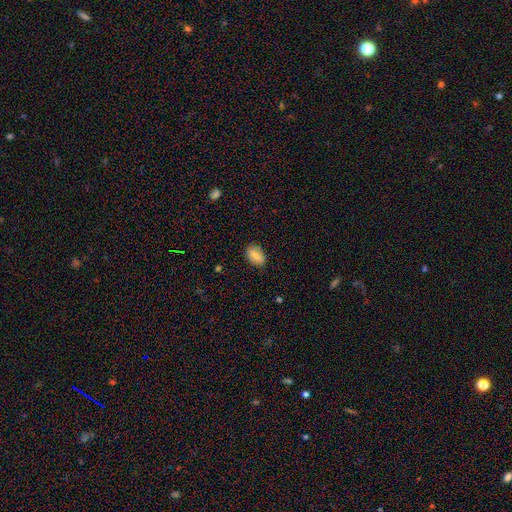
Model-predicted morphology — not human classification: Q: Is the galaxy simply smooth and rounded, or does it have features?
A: smooth — 72%.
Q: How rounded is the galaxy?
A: in between — 88%.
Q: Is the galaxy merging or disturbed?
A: none — 85%.